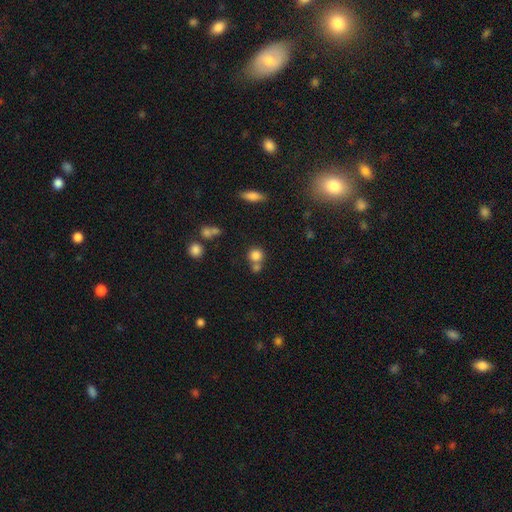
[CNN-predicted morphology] A smooth galaxy with no disk features (80%) that is round (86%).

Vote fractions:
- Smooth or featured? smooth: 80% / star or artifact: 12% / featured or disk: 8%
- How rounded? round: 86% / in between: 13% / cigar-shaped: 1%
- Merging? none: 51% / merger: 37% / minor disturbance: 8% / major disturbance: 4%